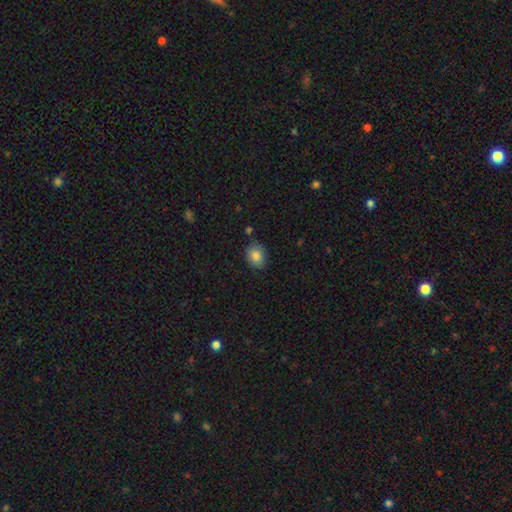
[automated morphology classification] smooth 84%, star or artifact 9%, featured or disk 8%. Down the decision tree: how rounded — in between (55%); merging — none (80%).